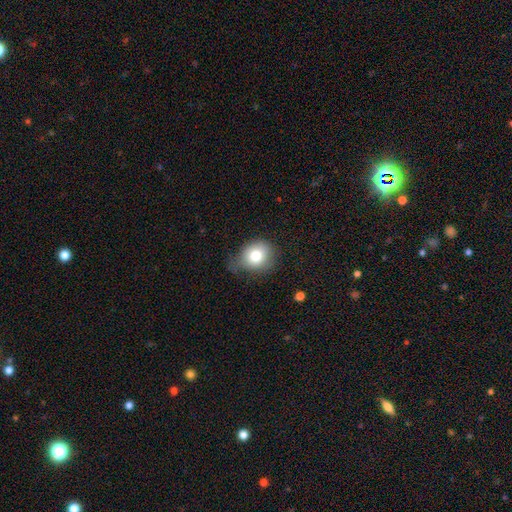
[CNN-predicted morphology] A smooth galaxy with no disk features (77%) that is round (77%).

Vote fractions:
- Smooth or featured? smooth: 77% / featured or disk: 12% / star or artifact: 10%
- How rounded? round: 77% / in between: 23% / cigar-shaped: 1%
- Merging? none: 52% / minor disturbance: 34% / major disturbance: 12% / merger: 2%